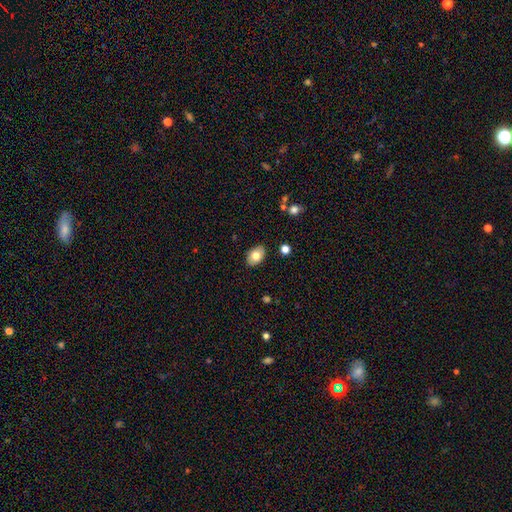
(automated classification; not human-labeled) smooth_or_featured: smooth (p=0.76) [alt: featured or disk p=0.16]
how_rounded: in between (p=0.83) [alt: round p=0.16]
merging: none (p=0.86) [alt: minor disturbance p=0.10]